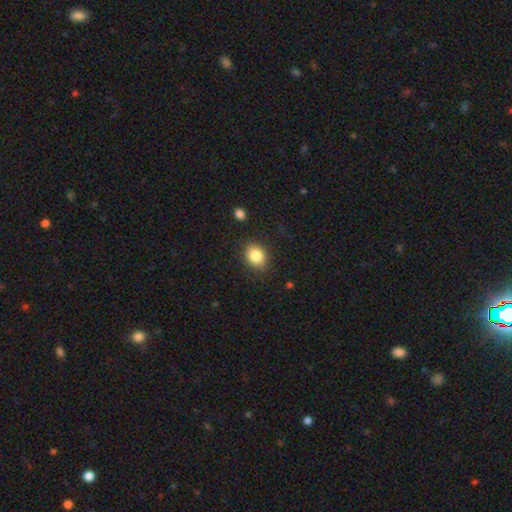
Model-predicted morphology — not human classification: The model was most divided on "how rounded": in between: 62%, round: 37%, cigar-shaped: 1%. More confident: merging — none (84%); smooth or featured — smooth (84%).